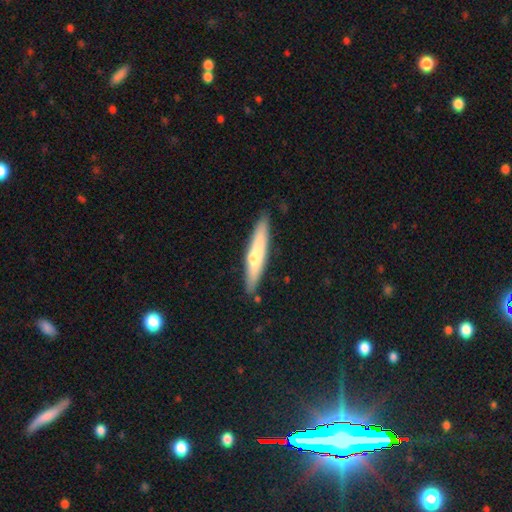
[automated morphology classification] Smooth or featured: smooth — 57% (featured or disk — 37%)
How rounded: cigar-shaped — 88% (in between — 10%)
Merging: none — 84% (minor disturbance — 11%)